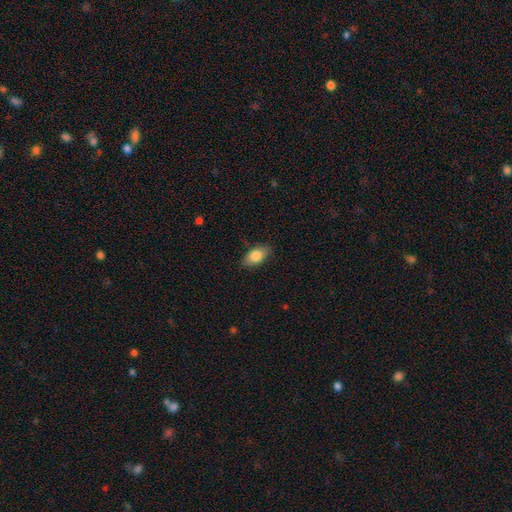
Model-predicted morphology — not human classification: Overall: smooth (83%). How rounded: in between (90%). Merging: none (84%).